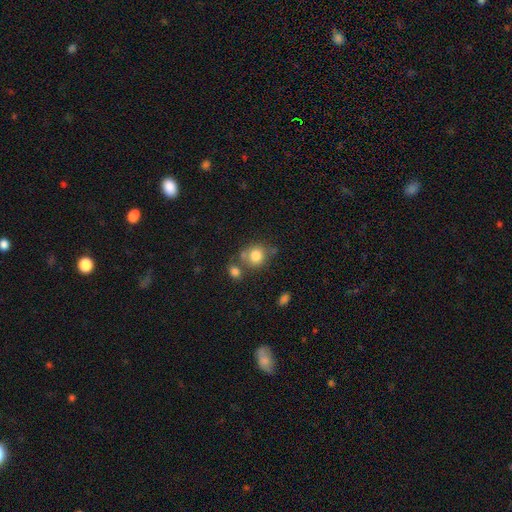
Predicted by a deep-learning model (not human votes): Smooth or featured? Predicted: smooth (p=0.80). How rounded? Predicted: round (p=0.80). Merging? Predicted: none (p=0.59).